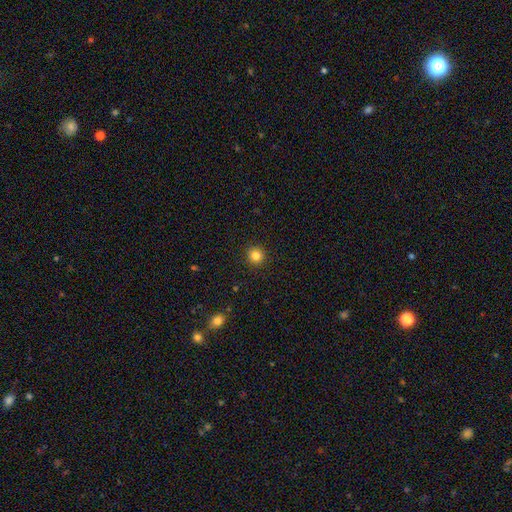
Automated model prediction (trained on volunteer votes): Smooth or featured?
  - smooth: 83% *
  - star or artifact: 12%
  - featured or disk: 5%
How rounded?
  - round: 94% *
  - in between: 6%
  - cigar-shaped: 1%
Merging?
  - none: 92% *
  - minor disturbance: 5%
  - major disturbance: 2%
  - merger: 1%